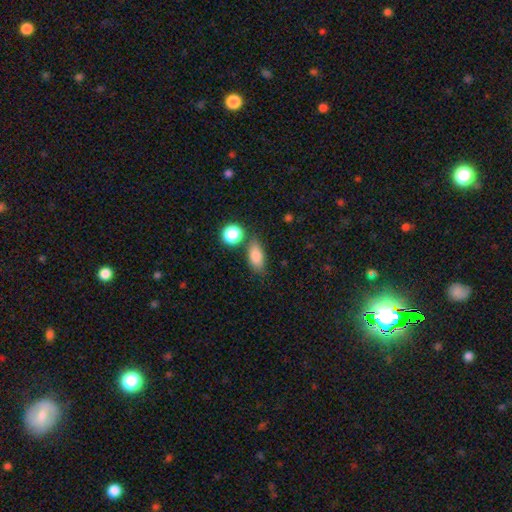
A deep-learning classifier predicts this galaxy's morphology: A smooth galaxy with no disk features (83%) that is in between round and cigar-shaped (82%). Merging: none (71%).